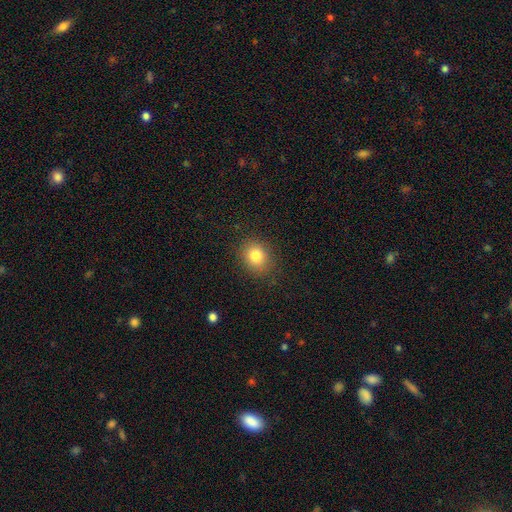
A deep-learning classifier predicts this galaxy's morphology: This appears to be a smooth galaxy with no disk features (82%) that is round (60%). Merging: none (85%).